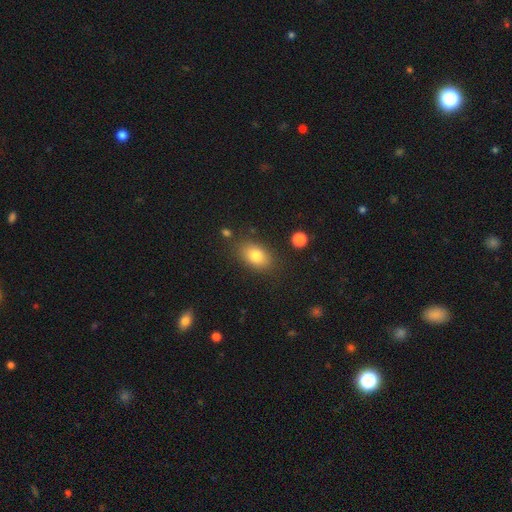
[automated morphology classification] This appears to be a smooth galaxy with no disk features (79%) that is in between round and cigar-shaped (83%). Merging: none (81%).